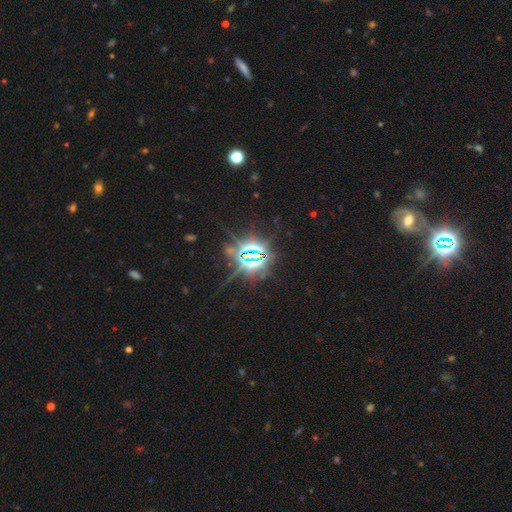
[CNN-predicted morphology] The model was most divided on "smooth or featured": star or artifact: 85%, featured or disk: 8%, smooth: 7%.